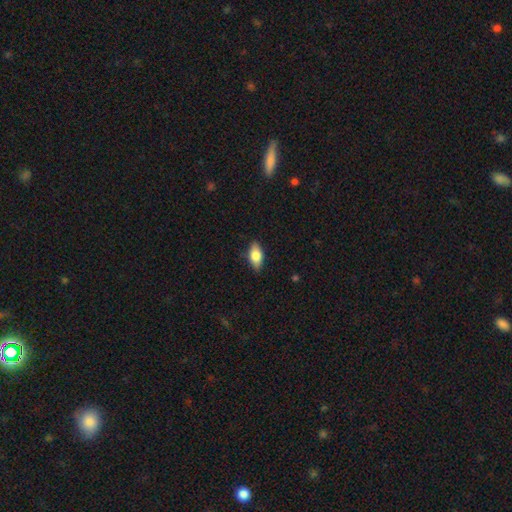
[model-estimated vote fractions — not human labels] Smooth or featured? smooth (71%)
How rounded? in between (86%)
Merging? none (85%)